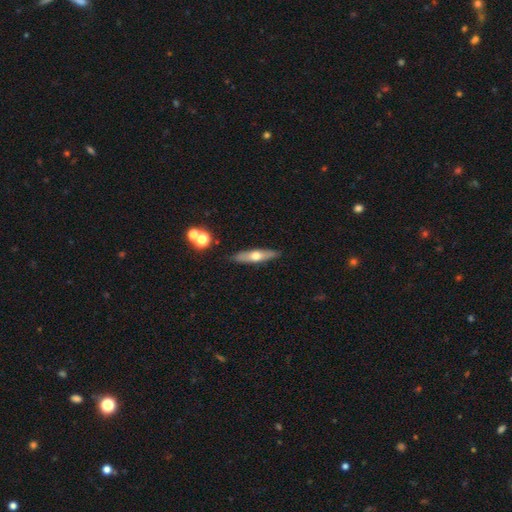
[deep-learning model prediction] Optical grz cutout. It shows a featured or disk galaxy (48%). Merging: none (87%).